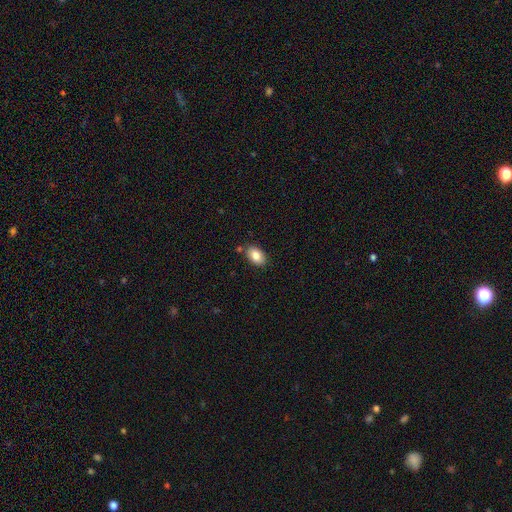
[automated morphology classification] smooth-or-featured: smooth: 84% | featured or disk: 9% | star or artifact: 8%
  how-rounded: in between: 89% | round: 10% | cigar-shaped: 1%
  merging: none: 79% | minor disturbance: 13% | merger: 5% | major disturbance: 3%